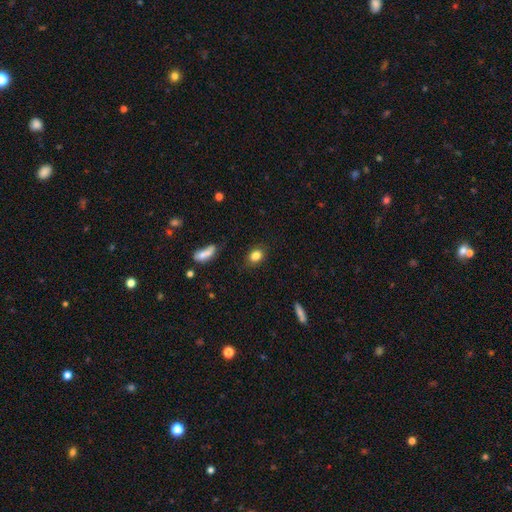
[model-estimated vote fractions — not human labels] Smooth or featured: smooth — 84% (star or artifact — 10%)
How rounded: in between — 55% (round — 43%)
Merging: none — 83% (minor disturbance — 11%)